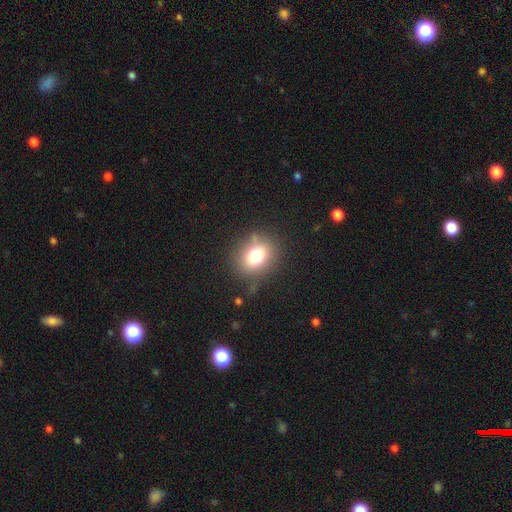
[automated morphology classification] A smooth galaxy with no disk features (73%) that is round (58%). Merging: none (78%).